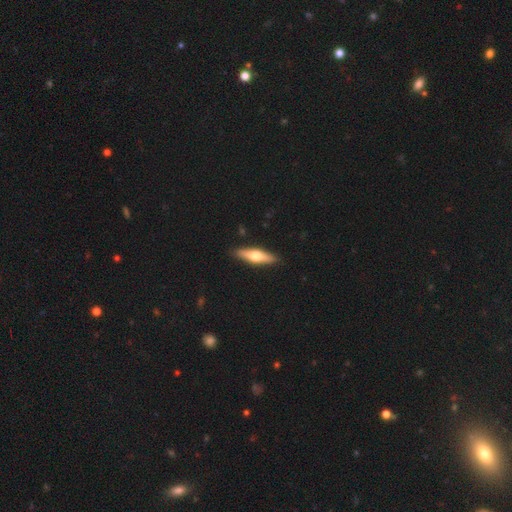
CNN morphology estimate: smooth-or-featured: featured or disk: 50% | smooth: 45% | star or artifact: 5%
  disk-edge-on: yes: 91% | no: 9%
  merging: none: 90% | minor disturbance: 8% | major disturbance: 2% | merger: 1%